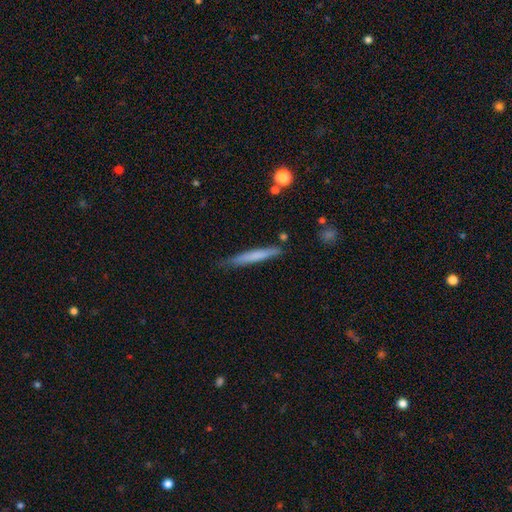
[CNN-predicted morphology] A smooth galaxy with no disk features (65%) that is cigar-shaped (96%). Merging: none (81%).